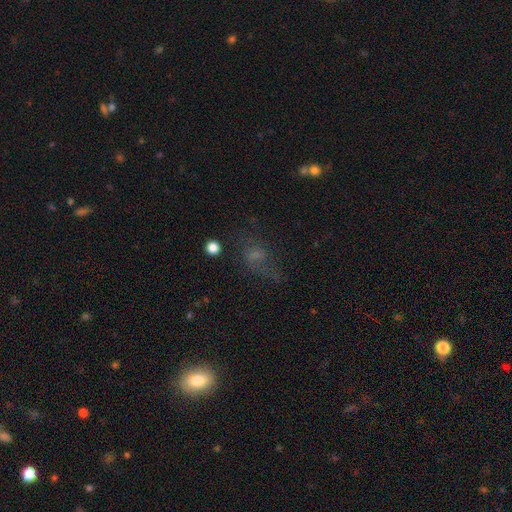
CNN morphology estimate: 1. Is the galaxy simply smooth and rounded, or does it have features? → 41% smooth, 32% featured or disk, 27% star or artifact.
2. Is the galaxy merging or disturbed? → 45% none, 29% major disturbance, 22% minor disturbance, 4% merger.